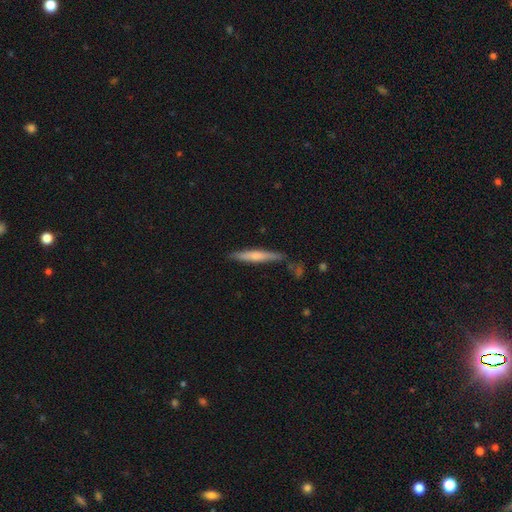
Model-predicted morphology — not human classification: The model was most divided on "smooth or featured": smooth: 54%, featured or disk: 40%, star or artifact: 6%. More confident: how rounded — cigar-shaped (93%); merging — none (80%).